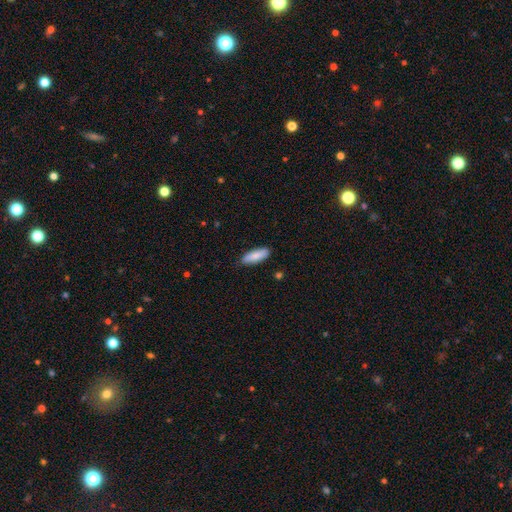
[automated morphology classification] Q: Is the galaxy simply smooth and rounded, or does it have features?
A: smooth — 85%.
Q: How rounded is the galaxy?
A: in between — 59%.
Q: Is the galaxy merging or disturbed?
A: none — 86%.